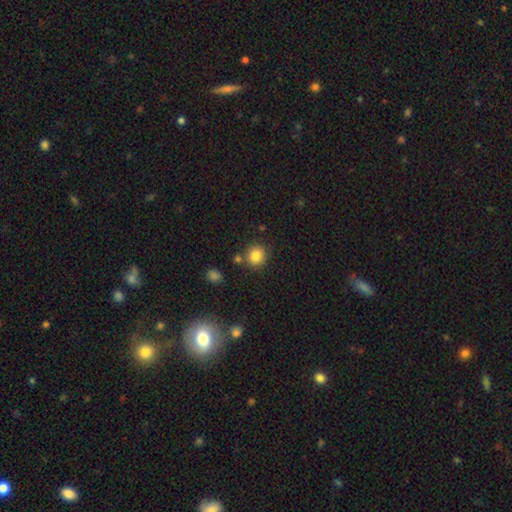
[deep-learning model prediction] This is clearly a smooth galaxy (84%). How rounded: clearly round (88%). Merging: likely none (80%).